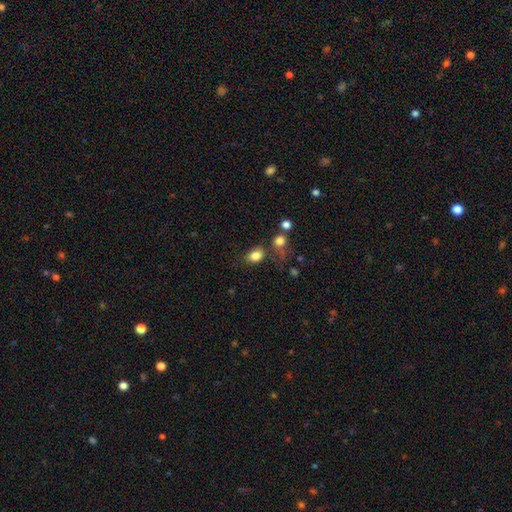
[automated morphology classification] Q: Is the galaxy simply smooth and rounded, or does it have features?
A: smooth — 82%.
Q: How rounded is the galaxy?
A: in between — 59%.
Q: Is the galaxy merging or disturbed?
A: none — 62%.